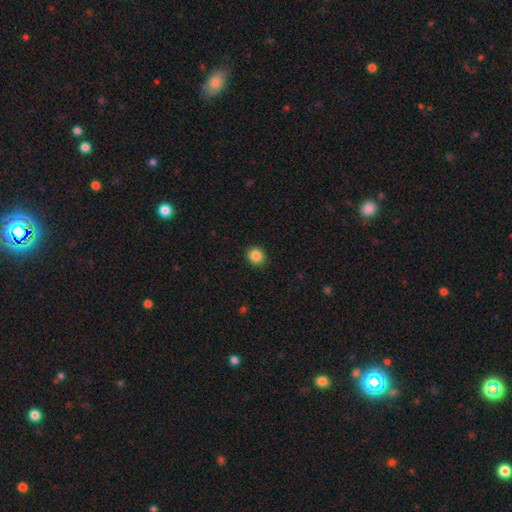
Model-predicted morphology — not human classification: smooth 87%, star or artifact 10%, featured or disk 3%. Down the decision tree: how rounded — round (88%); merging — none (91%).